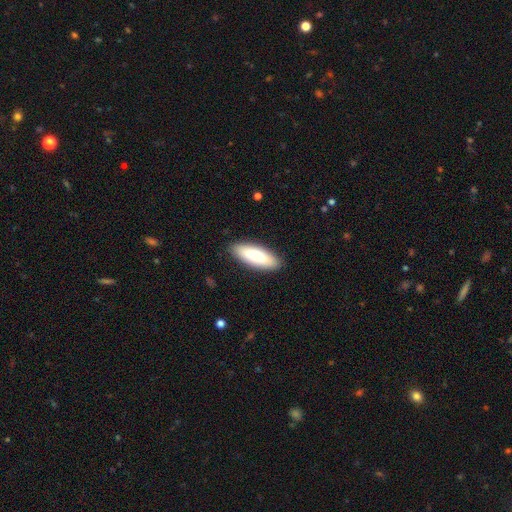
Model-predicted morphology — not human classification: A smooth galaxy with no disk features (83%) that is in between round and cigar-shaped (61%). Merging: none (88%).